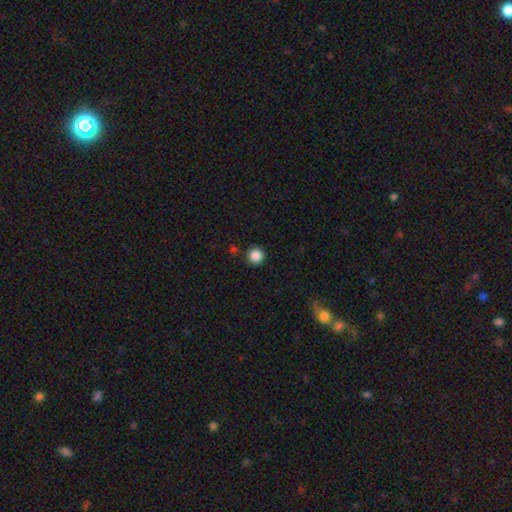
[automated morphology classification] smooth-or-featured: smooth: 86% | star or artifact: 10% | featured or disk: 3%
  how-rounded: round: 96% | in between: 3% | cigar-shaped: 1%
  merging: none: 91% | minor disturbance: 5% | merger: 2% | major disturbance: 2%